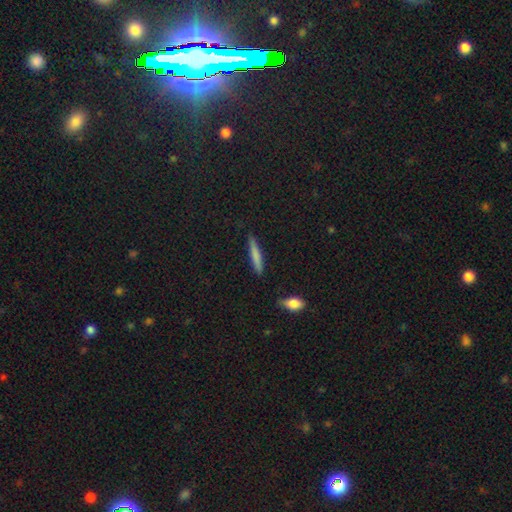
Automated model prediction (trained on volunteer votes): A smooth galaxy with no disk features (74%) that is cigar-shaped (93%). Merging: none (86%).